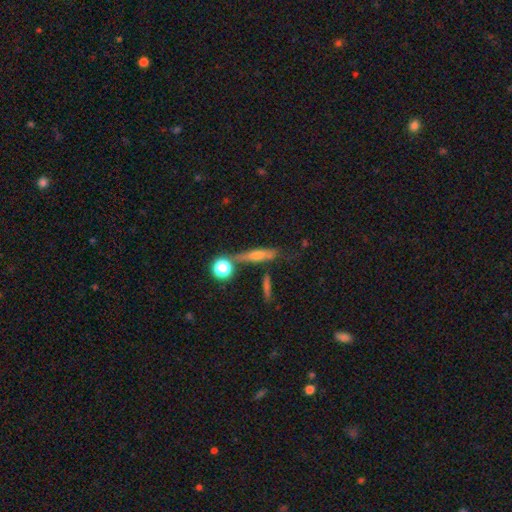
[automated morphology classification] Overall: featured or disk (56%; smooth 30%). Edge-on disk: yes (87%). Merging: none (68%).